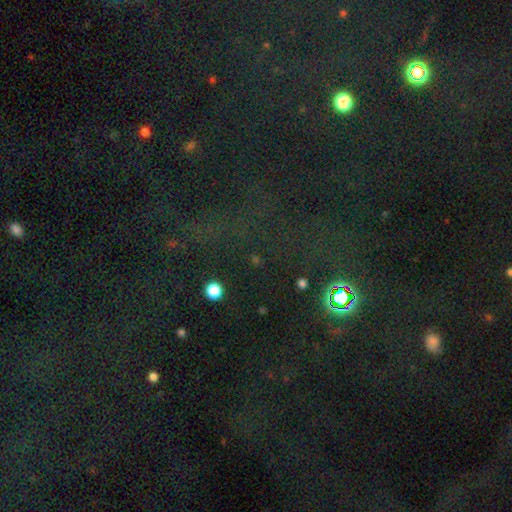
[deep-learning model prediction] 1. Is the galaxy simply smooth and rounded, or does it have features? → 72% star or artifact, 19% smooth, 9% featured or disk.